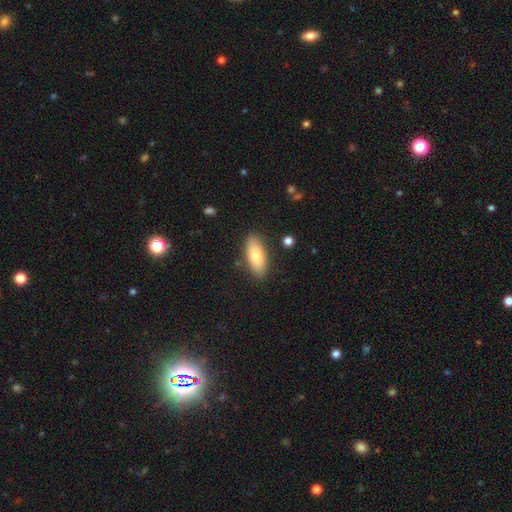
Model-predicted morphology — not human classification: A smooth galaxy with no disk features (77%) that is in between round and cigar-shaped (80%).

Vote fractions:
- Smooth or featured? smooth: 77% / featured or disk: 16% / star or artifact: 6%
- How rounded? in between: 80% / cigar-shaped: 17% / round: 2%
- Merging? none: 85% / minor disturbance: 11% / major disturbance: 3% / merger: 2%